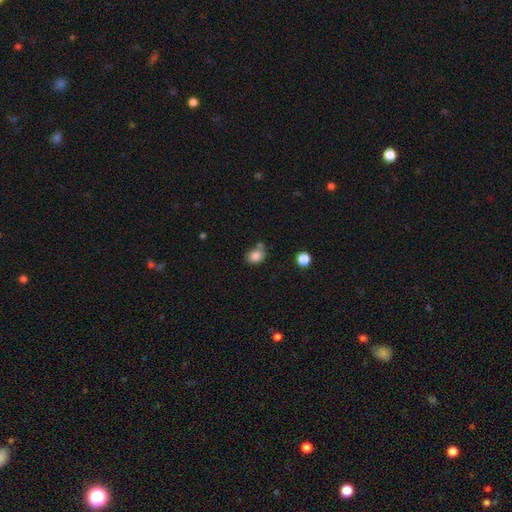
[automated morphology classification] Smooth or featured?
  - smooth: 83% *
  - star or artifact: 11%
  - featured or disk: 7%
How rounded?
  - round: 60% *
  - in between: 39%
  - cigar-shaped: 1%
Merging?
  - none: 58% *
  - minor disturbance: 19%
  - merger: 18%
  - major disturbance: 6%